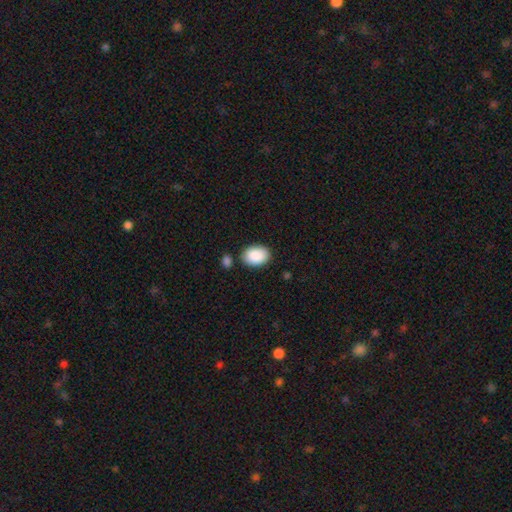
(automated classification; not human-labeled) This appears to be a smooth galaxy with no disk features (90%) that is in between round and cigar-shaped (83%). Merging: none (81%).